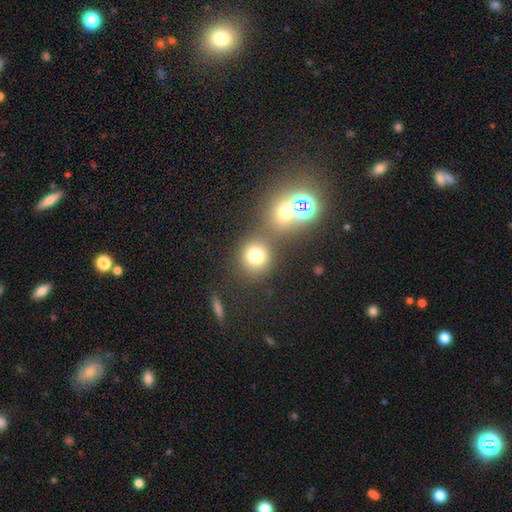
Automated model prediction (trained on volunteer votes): smooth_or_featured: smooth (p=0.75) [alt: star or artifact p=0.16]
how_rounded: round (p=0.88) [alt: in between p=0.11]
merging: none (p=0.65) [alt: merger p=0.22]